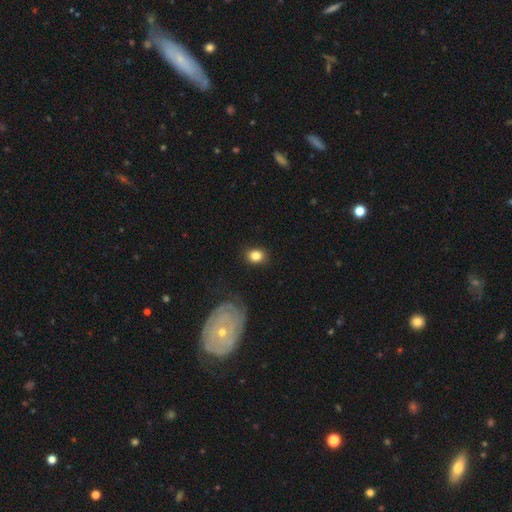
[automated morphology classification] Smooth or featured: smooth — 83% (star or artifact — 9%)
How rounded: round — 57% (in between — 42%)
Merging: none — 86% (minor disturbance — 10%)